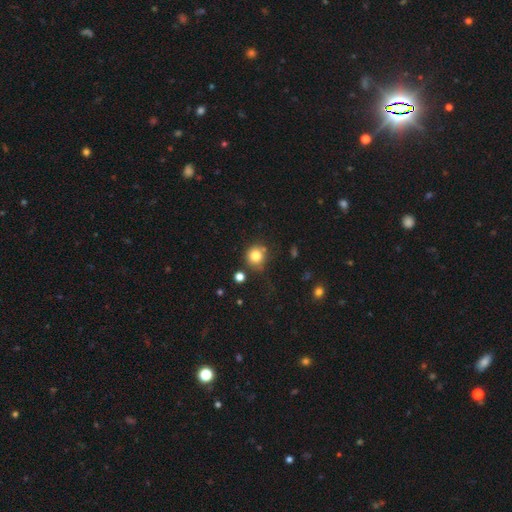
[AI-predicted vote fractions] A smooth galaxy with no disk features (81%) that is round (89%). Merging: none (69%).